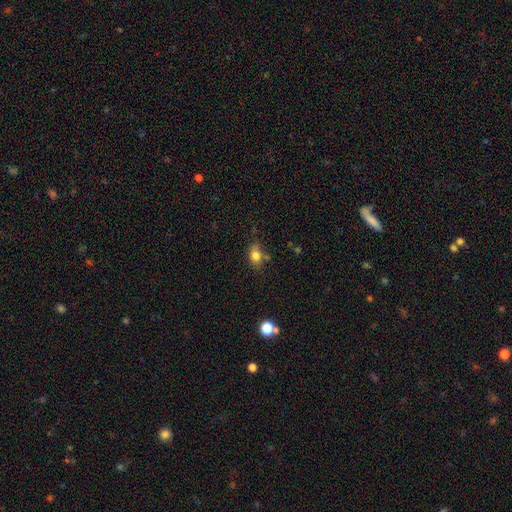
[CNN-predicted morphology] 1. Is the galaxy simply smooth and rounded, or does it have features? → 80% smooth, 10% star or artifact, 9% featured or disk.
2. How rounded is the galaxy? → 71% in between, 26% round, 3% cigar-shaped.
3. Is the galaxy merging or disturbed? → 65% none, 22% minor disturbance, 8% merger, 5% major disturbance.